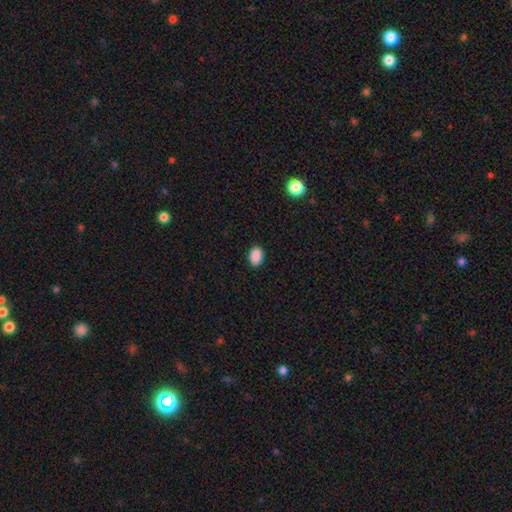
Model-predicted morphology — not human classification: Smooth or featured?
  - smooth: 89% *
  - star or artifact: 8%
  - featured or disk: 2%
How rounded?
  - in between: 80% *
  - round: 19%
  - cigar-shaped: 1%
Merging?
  - none: 89% *
  - minor disturbance: 8%
  - major disturbance: 2%
  - merger: 1%